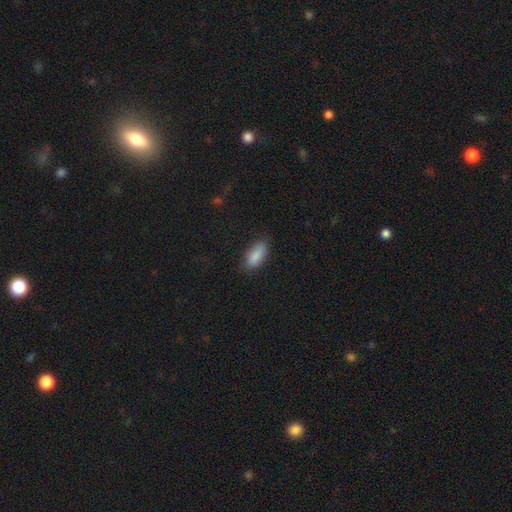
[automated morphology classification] The model was most divided on "merging": none: 76%, minor disturbance: 19%, major disturbance: 4%, merger: 1%. More confident: smooth or featured — smooth (86%); how rounded — in between (85%).